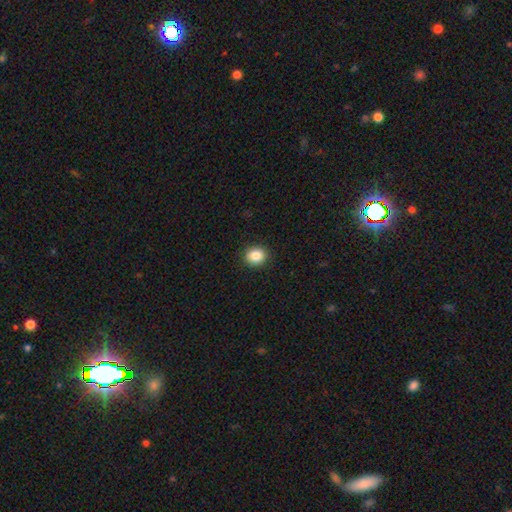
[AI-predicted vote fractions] Smooth or featured? smooth (86%)
How rounded? round (69%)
Merging? none (91%)